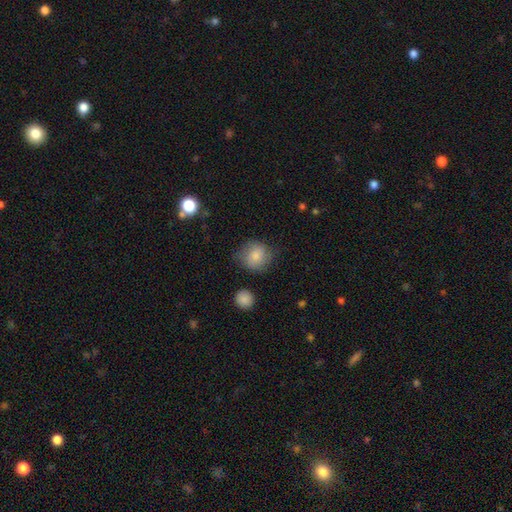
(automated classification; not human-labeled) A smooth galaxy with no disk features (81%) that is round (83%).

Vote fractions:
- Smooth or featured? smooth: 81% / featured or disk: 11% / star or artifact: 8%
- How rounded? round: 83% / in between: 16% / cigar-shaped: 1%
- Merging? none: 69% / minor disturbance: 21% / major disturbance: 8% / merger: 2%